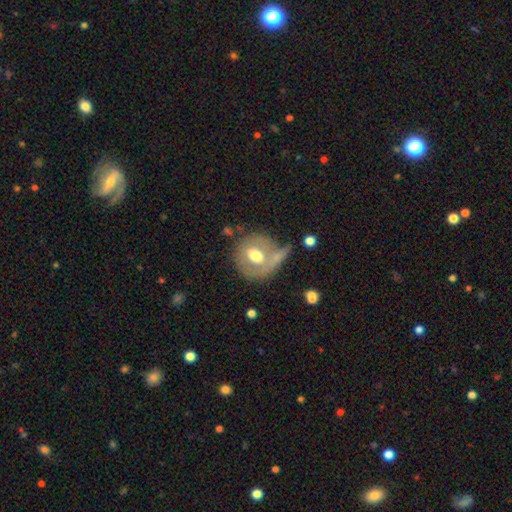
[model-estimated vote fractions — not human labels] This appears to be a smooth galaxy with no disk features (52%) that is round (77%). Merging: none (49%).